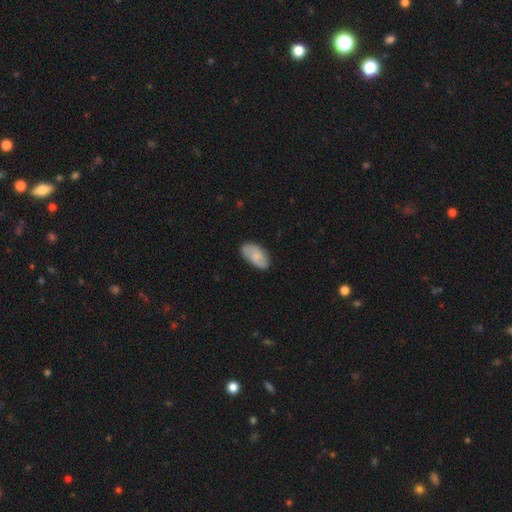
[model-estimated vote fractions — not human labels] The model was most divided on "smooth or featured": smooth: 63%, featured or disk: 30%, star or artifact: 7%. More confident: how rounded — in between (94%); merging — none (76%).